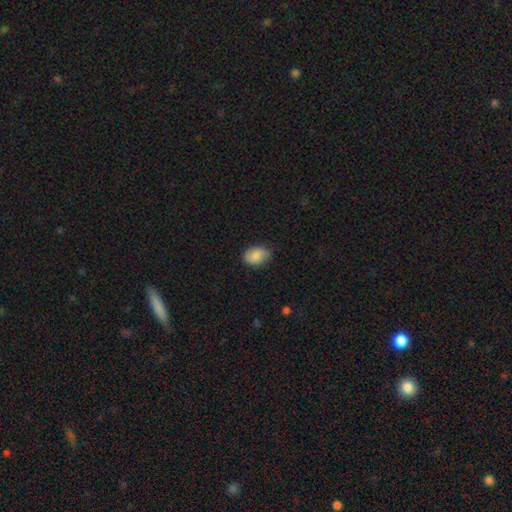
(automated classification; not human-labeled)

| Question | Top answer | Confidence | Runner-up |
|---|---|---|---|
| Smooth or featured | smooth | 77% | featured or disk (16%) |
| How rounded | in between | 81% | round (18%) |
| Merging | none | 81% | minor disturbance (15%) |